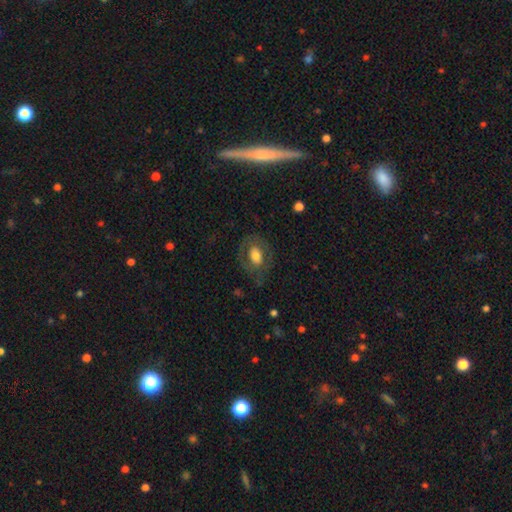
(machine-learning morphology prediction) Smooth or featured? smooth (56%)
How rounded? in between (69%)
Merging? none (68%)